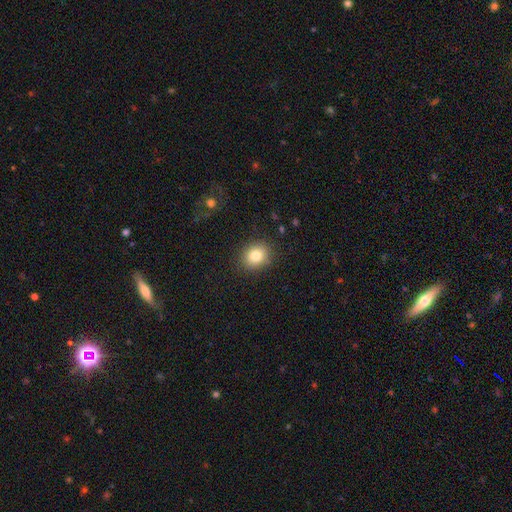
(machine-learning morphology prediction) The model was most divided on "how rounded": round: 64%, in between: 35%, cigar-shaped: 1%. More confident: merging — none (88%); smooth or featured — smooth (82%).